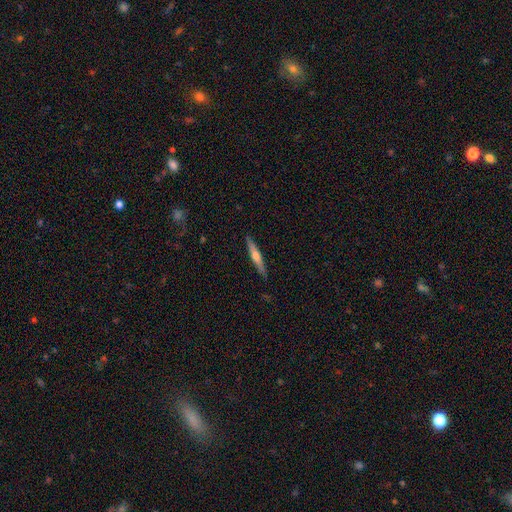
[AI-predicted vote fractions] A featured or disk galaxy (55%) viewed edge-on (96%) with a rounded central bulge (85%).

Vote fractions:
- Smooth or featured? featured or disk: 55% / smooth: 39% / star or artifact: 6%
- Edge-on disk? yes: 96% / no: 4%
- Edge-on bulge? rounded: 85% / none: 10% / boxy: 5%
- Merging? none: 88% / minor disturbance: 9% / major disturbance: 2% / merger: 1%